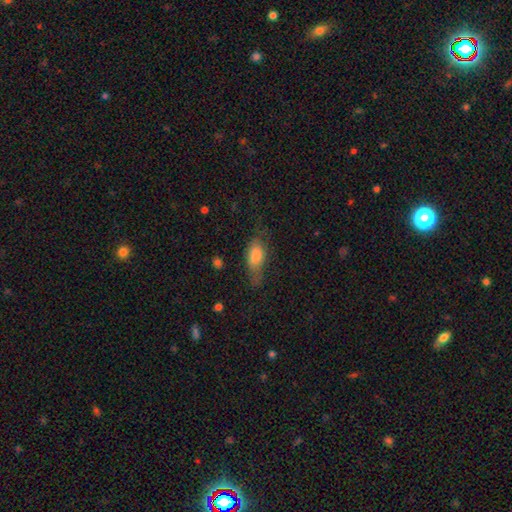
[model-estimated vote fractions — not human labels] Q: Smooth or featured?
A: smooth (74%); runner-up: featured or disk (18%)
Q: How rounded?
A: in between (77%); runner-up: cigar-shaped (18%)
Q: Merging?
A: none (53%); runner-up: minor disturbance (30%)